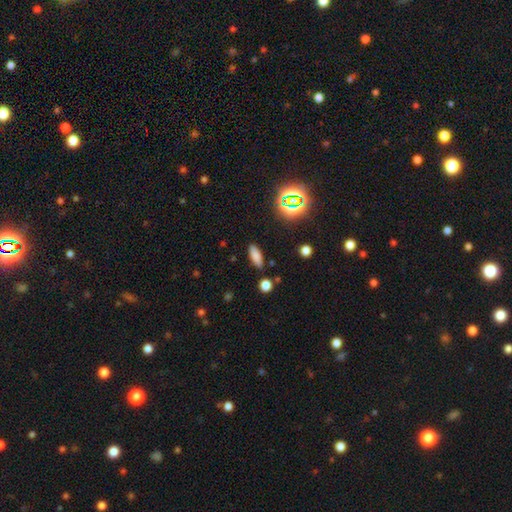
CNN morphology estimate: Smooth or featured?
  - smooth: 77% *
  - star or artifact: 14%
  - featured or disk: 9%
How rounded?
  - in between: 60% *
  - cigar-shaped: 36%
  - round: 4%
Merging?
  - none: 87% *
  - minor disturbance: 8%
  - major disturbance: 2%
  - merger: 2%